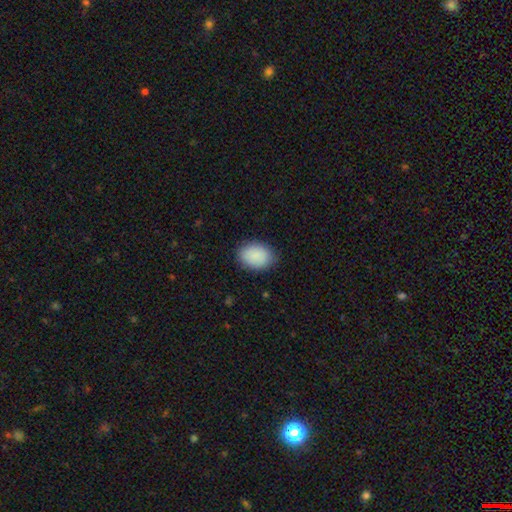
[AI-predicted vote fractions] Smooth or featured? Predicted: smooth (p=0.89). How rounded? Predicted: in between (p=0.79). Merging? Predicted: none (p=0.84).